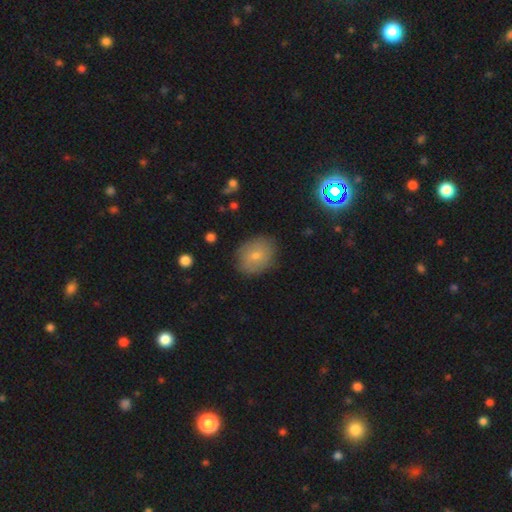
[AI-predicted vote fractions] Overall: smooth (71%). How rounded: in between (53%; round 46%). Merging: none (81%).